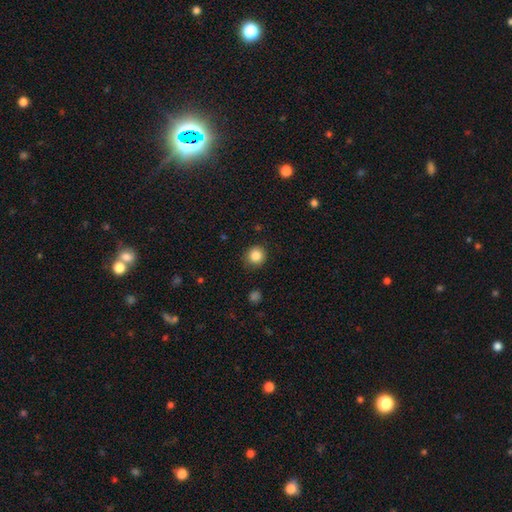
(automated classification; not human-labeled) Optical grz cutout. It shows a smooth galaxy with no disk features (85%) that is round (92%). Merging: none (89%).